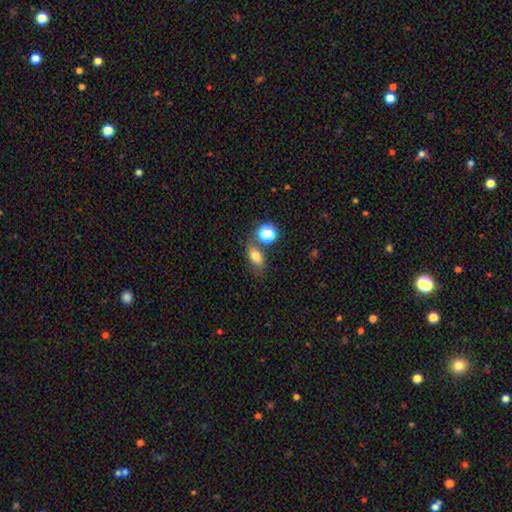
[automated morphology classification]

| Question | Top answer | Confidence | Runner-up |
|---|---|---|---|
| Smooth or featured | smooth | 74% | star or artifact (13%) |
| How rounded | in between | 75% | round (19%) |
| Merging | none | 65% | merger (16%) |